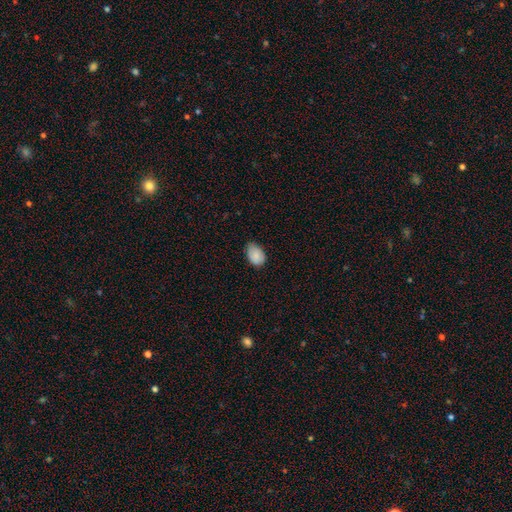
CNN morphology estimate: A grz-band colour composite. It shows a smooth galaxy with no disk features (86%) that is in between round and cigar-shaped (85%). Merging: none (66%).